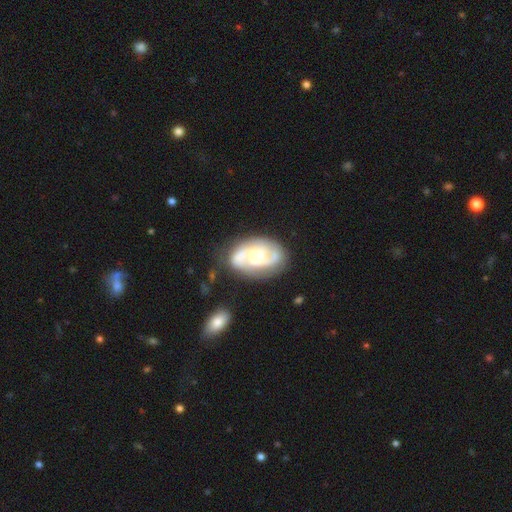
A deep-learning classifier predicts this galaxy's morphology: A featured or disk galaxy (84%) with no bar (58%), 2 (70%) medium (49%) spiral arms (96%) and a moderate central bulge (55%).

Vote fractions:
- Smooth or featured? featured or disk: 84% / smooth: 11% / star or artifact: 5%
- Edge-on disk? no: 97% / yes: 3%
- Bar? no: 58% / weak: 35% / strong: 7%
- Spiral arms? yes: 96% / no: 4%
- Spiral winding? medium: 49% / tight: 35% / loose: 15%
- Spiral arm count? 2: 70% / 3: 15% / can't tell: 8% / 1: 3% / 4: 2% / more than 4: 2%
- Bulge size? moderate: 55% / small: 26% / large: 13% / none: 4% / dominant: 2%
- Merging? none: 71% / minor disturbance: 18% / major disturbance: 7% / merger: 4%